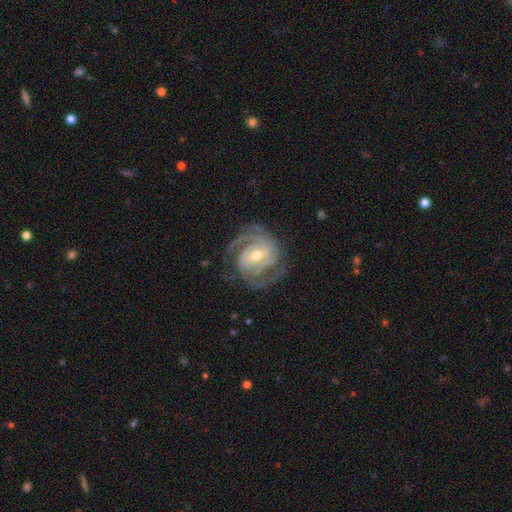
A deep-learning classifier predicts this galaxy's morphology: smooth_or_featured: featured or disk (p=0.91) [alt: smooth p=0.04]
disk_edge_on: no (p=0.97) [alt: yes p=0.03]
bar: weak (p=0.42) [alt: no p=0.38]
has_spiral_arms: yes (p=0.98) [alt: no p=0.02]
spiral_winding: tight (p=0.59) [alt: medium p=0.34]
spiral_arm_count: 2 (p=0.40) [alt: 3 p=0.31]
bulge_size: moderate (p=0.60) [alt: small p=0.35]
merging: none (p=0.74) [alt: minor disturbance p=0.16]